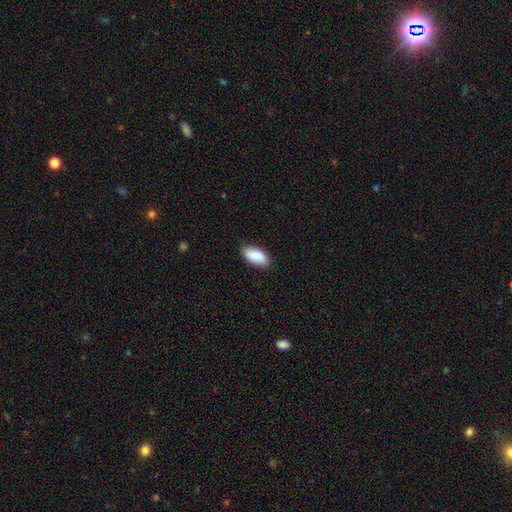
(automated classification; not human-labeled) A smooth galaxy with no disk features (86%) that is in between round and cigar-shaped (93%). Merging: none (85%).